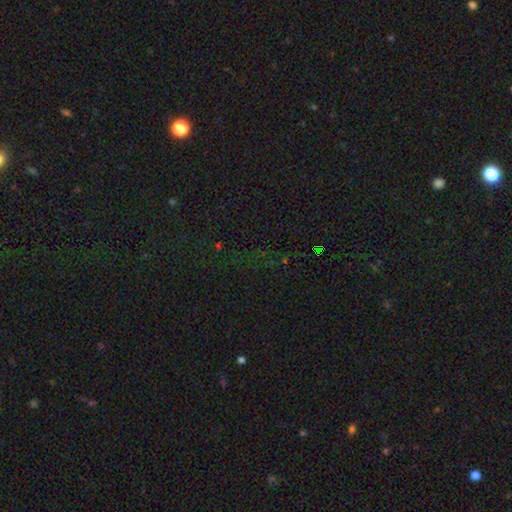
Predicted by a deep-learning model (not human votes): smooth-or-featured: star or artifact: 77% | smooth: 13% | featured or disk: 9%